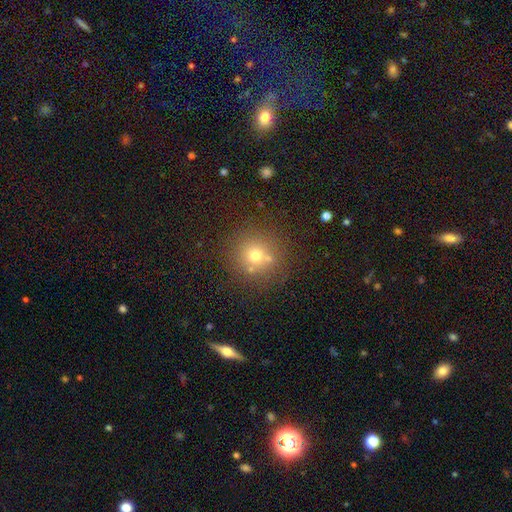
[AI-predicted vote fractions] Smooth or featured? smooth (69%)
How rounded? round (92%)
Merging? none (74%)